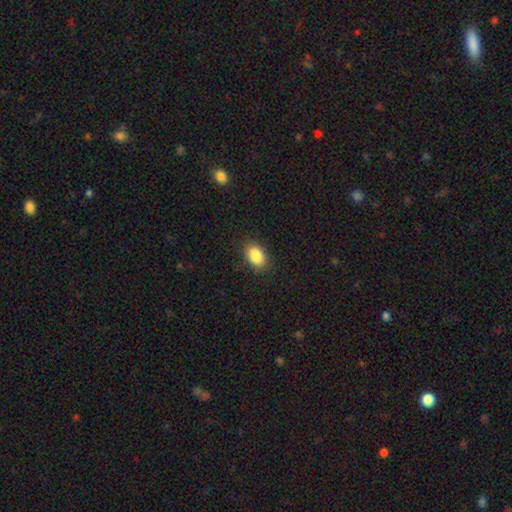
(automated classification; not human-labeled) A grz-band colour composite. It shows a smooth galaxy with no disk features (87%) that is in between round and cigar-shaped (84%). Merging: none (87%).